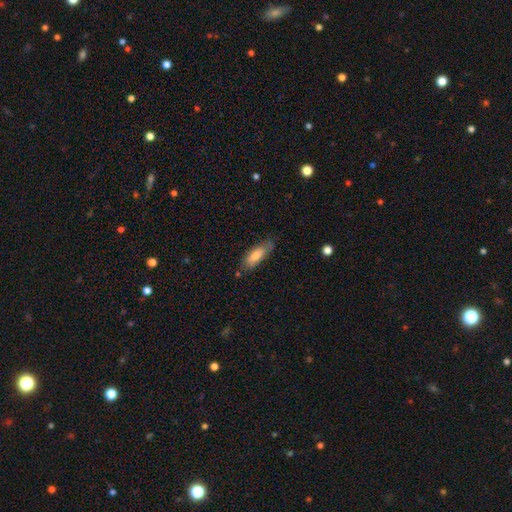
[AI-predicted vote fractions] Smooth or featured? smooth (71%)
How rounded? in between (63%)
Merging? none (69%)